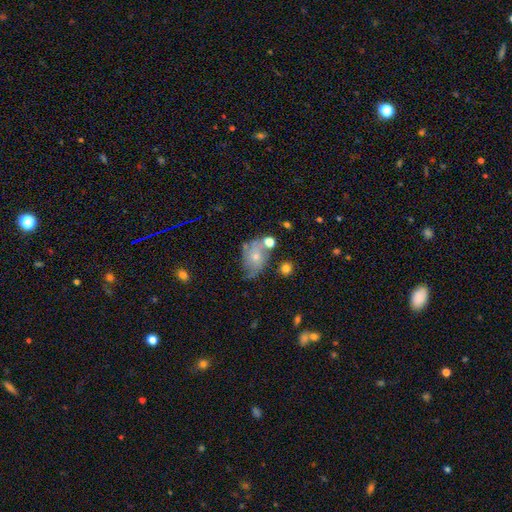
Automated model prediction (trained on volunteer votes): Smooth or featured: smooth — 46% (featured or disk — 43%)
Merging: none — 40% (minor disturbance — 29%)